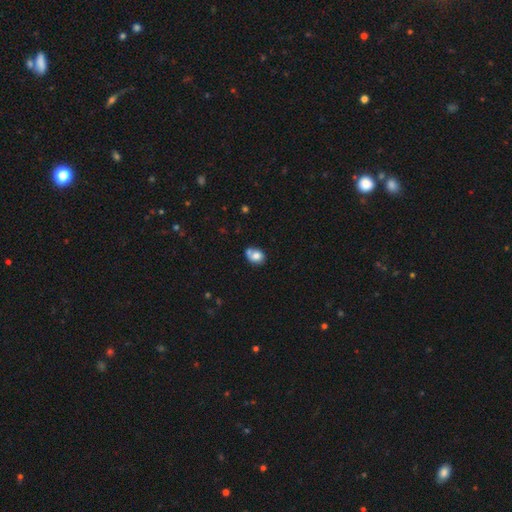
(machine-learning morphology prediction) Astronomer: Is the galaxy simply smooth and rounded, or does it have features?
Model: smooth — 74%.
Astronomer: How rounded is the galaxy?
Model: in between — 53% (runner-up: round, 46%).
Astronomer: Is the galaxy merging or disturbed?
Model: none — 39% (runner-up: merger, 33%).